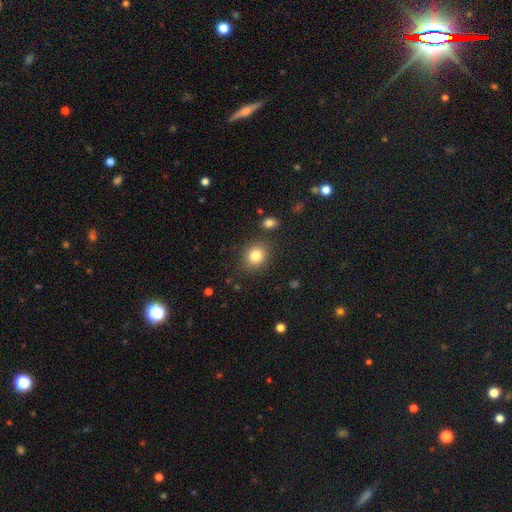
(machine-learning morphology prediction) Overall: smooth (82%). How rounded: round (61%; in between 38%). Merging: none (84%).